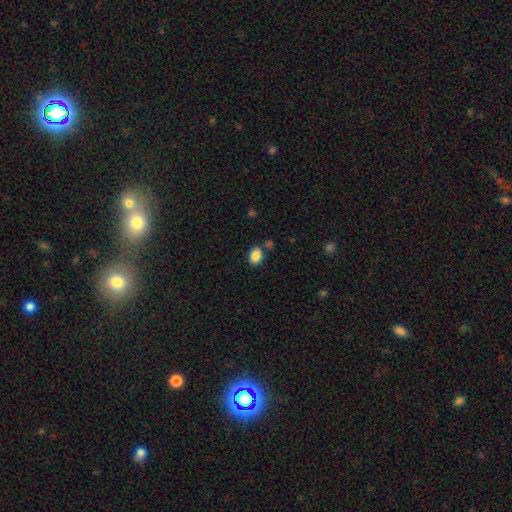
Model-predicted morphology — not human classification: A smooth galaxy with no disk features (86%) that is in between round and cigar-shaped (68%). Merging: none (78%).